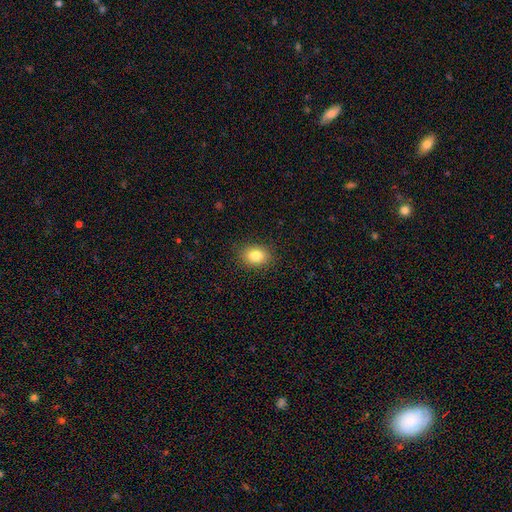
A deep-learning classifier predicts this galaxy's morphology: Smooth or featured?
  - smooth: 82% *
  - star or artifact: 10%
  - featured or disk: 8%
How rounded?
  - in between: 64% *
  - round: 35%
  - cigar-shaped: 1%
Merging?
  - none: 88% *
  - minor disturbance: 8%
  - major disturbance: 2%
  - merger: 1%